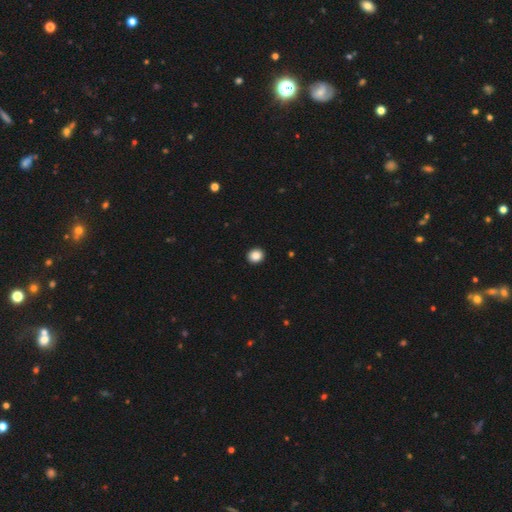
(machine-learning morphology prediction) Smooth or featured? Predicted: smooth (p=0.88). How rounded? Predicted: round (p=0.78). Merging? Predicted: none (p=0.93).